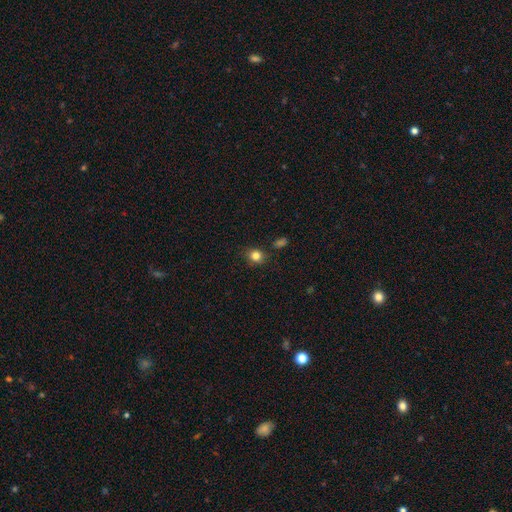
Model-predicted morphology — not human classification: Smooth or featured? smooth (81%)
How rounded? round (73%)
Merging? none (83%)